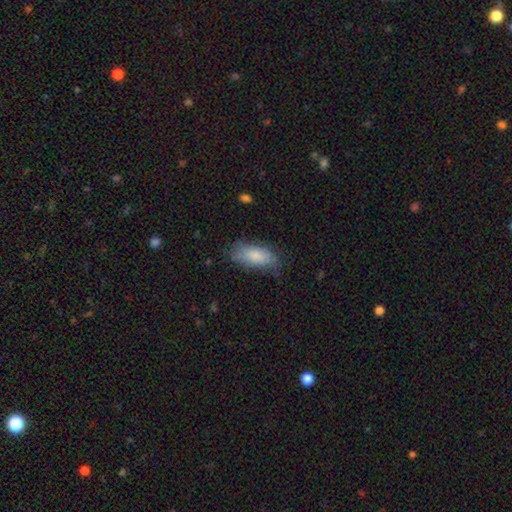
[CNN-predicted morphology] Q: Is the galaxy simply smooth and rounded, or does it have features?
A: smooth — 82%.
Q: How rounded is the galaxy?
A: in between — 84%.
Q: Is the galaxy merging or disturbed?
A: none — 70%.